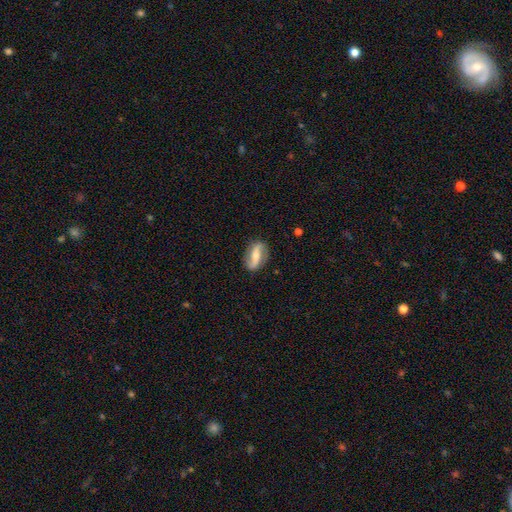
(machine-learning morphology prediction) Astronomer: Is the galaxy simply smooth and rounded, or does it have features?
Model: featured or disk — 76%.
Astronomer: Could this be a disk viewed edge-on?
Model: no — 92%.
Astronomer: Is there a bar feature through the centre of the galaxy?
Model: strong — 50% (runner-up: weak, 27%).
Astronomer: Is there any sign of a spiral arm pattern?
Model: yes — 89%.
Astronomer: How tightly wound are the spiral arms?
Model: loose — 62%.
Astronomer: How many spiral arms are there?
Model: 2 — 91%.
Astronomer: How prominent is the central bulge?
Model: moderate — 53% (runner-up: small, 38%).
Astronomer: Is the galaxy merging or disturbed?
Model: none — 84%.